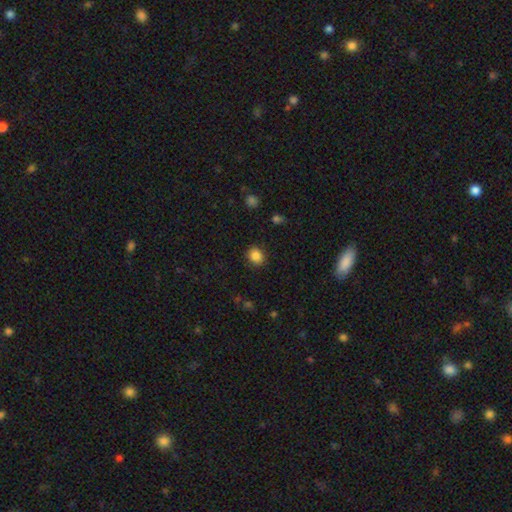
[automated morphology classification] A smooth galaxy with no disk features (85%) that is round (66%). Merging: none (87%).